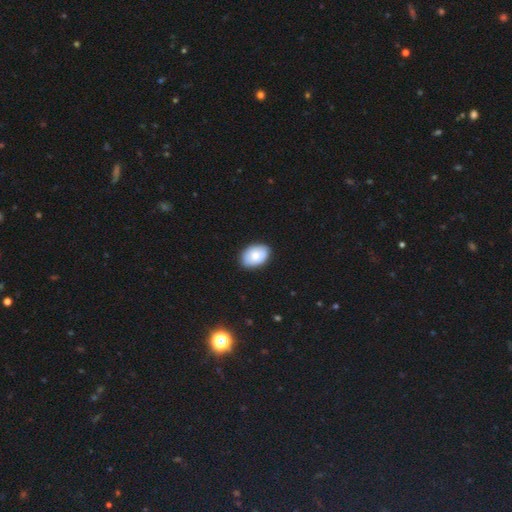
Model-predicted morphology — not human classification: Q: Smooth or featured?
A: smooth (78%); runner-up: featured or disk (16%)
Q: How rounded?
A: in between (85%); runner-up: round (14%)
Q: Merging?
A: none (85%); runner-up: minor disturbance (12%)